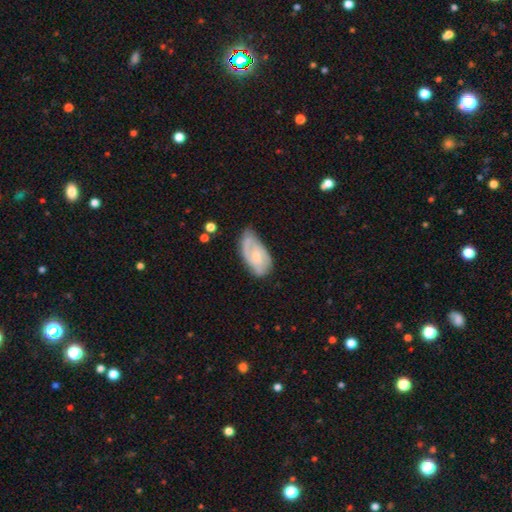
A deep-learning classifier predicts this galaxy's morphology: smooth-or-featured: featured or disk: 67% | smooth: 28% | star or artifact: 5%
  disk-edge-on: no: 95% | yes: 5%
    bar: no: 62% | weak: 33% | strong: 5%
    has-spiral-arms: yes: 88% | no: 12%
      spiral-winding: tight: 42% | medium: 41% | loose: 17%
      spiral-arm-count: 2: 52% | can't tell: 23% | 1: 12% | 3: 9% | 4: 2% | more than 4: 2%
    bulge-size: small: 56% | moderate: 36% | none: 6% | large: 2% | dominant: 1%
  merging: none: 54% | minor disturbance: 32% | major disturbance: 11% | merger: 3%